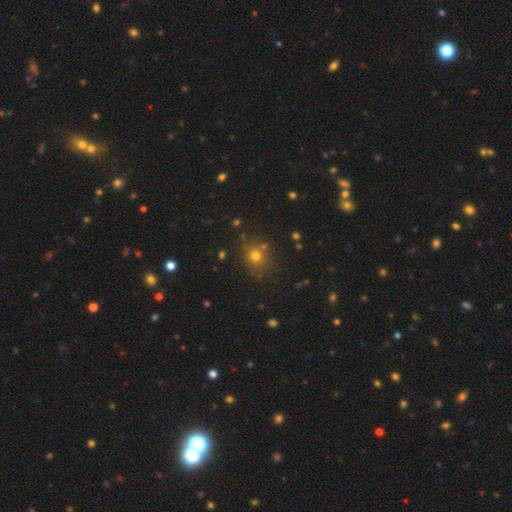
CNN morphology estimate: Overall: smooth (72%). How rounded: round (84%). Merging: none (81%).